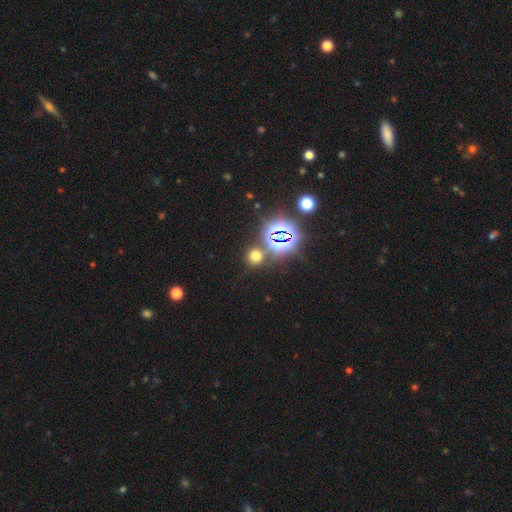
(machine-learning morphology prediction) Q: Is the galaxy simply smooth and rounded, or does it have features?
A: smooth — 55%.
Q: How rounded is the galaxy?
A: round — 88%.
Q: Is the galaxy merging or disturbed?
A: none — 80%.